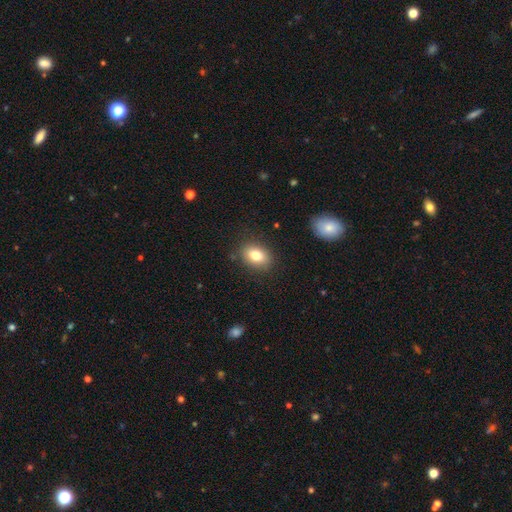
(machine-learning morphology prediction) Smooth or featured: smooth — 81% (featured or disk — 11%)
How rounded: in between — 76% (round — 23%)
Merging: none — 85% (minor disturbance — 10%)